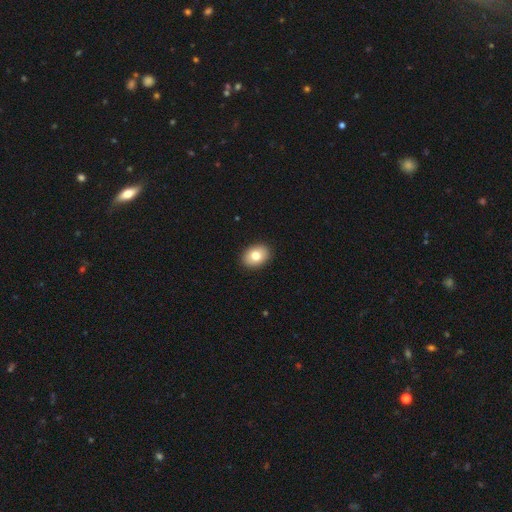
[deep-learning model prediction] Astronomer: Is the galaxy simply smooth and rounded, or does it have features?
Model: smooth — 79%.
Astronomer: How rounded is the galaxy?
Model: in between — 74%.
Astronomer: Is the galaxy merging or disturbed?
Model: none — 91%.